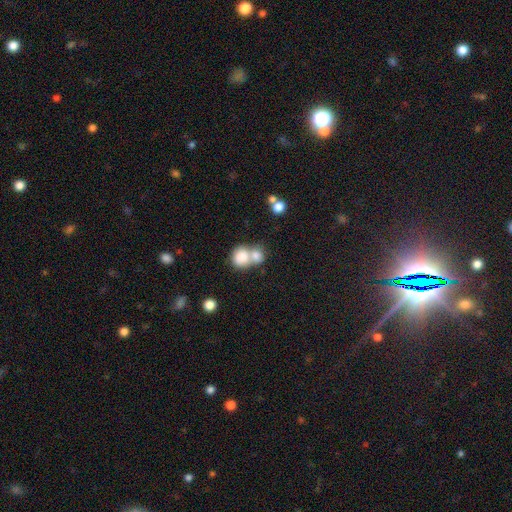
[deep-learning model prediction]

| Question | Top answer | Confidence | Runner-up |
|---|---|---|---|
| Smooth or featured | smooth | 79% | featured or disk (13%) |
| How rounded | round | 70% | in between (29%) |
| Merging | merger | 68% | none (24%) |